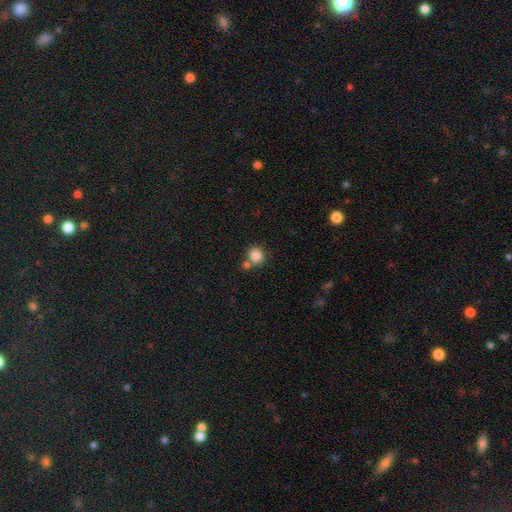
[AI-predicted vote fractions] Q: Smooth or featured?
A: smooth (85%); runner-up: star or artifact (10%)
Q: How rounded?
A: round (88%); runner-up: in between (11%)
Q: Merging?
A: none (67%); runner-up: merger (20%)